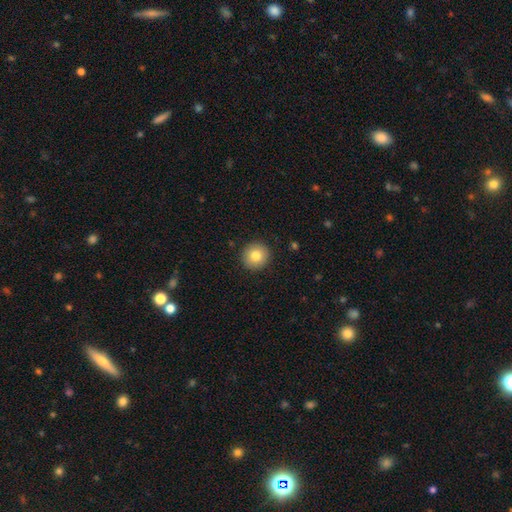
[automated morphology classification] Overall: smooth (81%). How rounded: round (93%). Merging: none (92%).